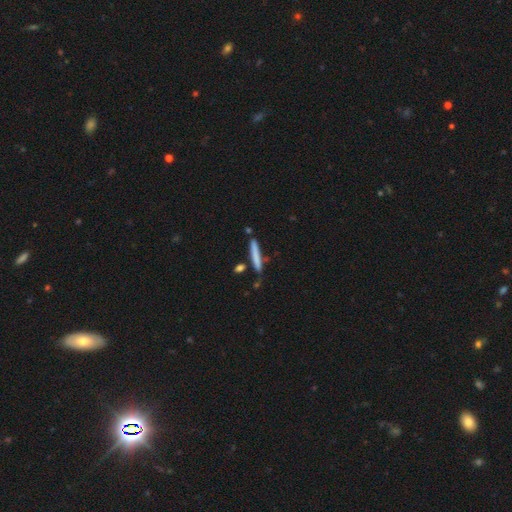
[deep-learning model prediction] Smooth or featured?
  - smooth: 76% *
  - featured or disk: 18%
  - star or artifact: 6%
How rounded?
  - cigar-shaped: 94% *
  - in between: 5%
  - round: 1%
Merging?
  - none: 76% *
  - minor disturbance: 15%
  - merger: 6%
  - major disturbance: 3%